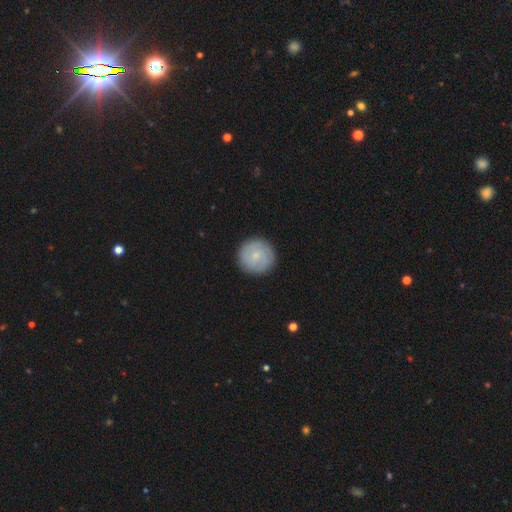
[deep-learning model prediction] Smooth or featured?
  - smooth: 58% *
  - featured or disk: 36%
  - star or artifact: 6%
How rounded?
  - round: 94% *
  - in between: 5%
  - cigar-shaped: 1%
Merging?
  - none: 90% *
  - minor disturbance: 7%
  - major disturbance: 2%
  - merger: 1%